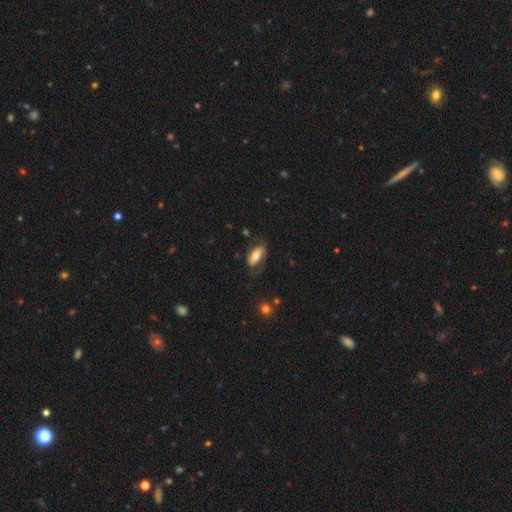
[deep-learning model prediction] A smooth galaxy with no disk features (61%) that is in between round and cigar-shaped (85%).

Vote fractions:
- Smooth or featured? smooth: 61% / featured or disk: 33% / star or artifact: 6%
- How rounded? in between: 85% / cigar-shaped: 12% / round: 3%
- Merging? none: 64% / minor disturbance: 24% / major disturbance: 10% / merger: 2%